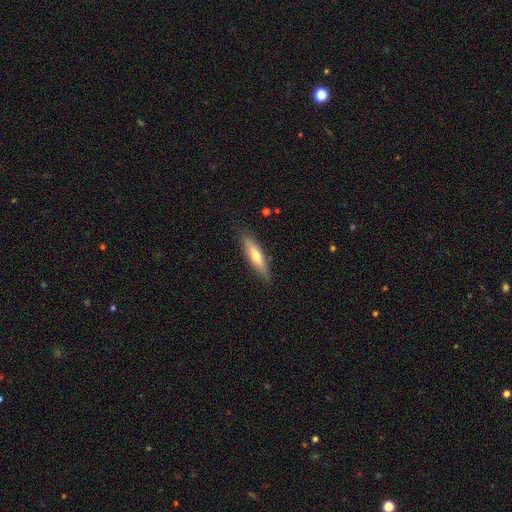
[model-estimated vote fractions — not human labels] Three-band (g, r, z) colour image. It shows a smooth galaxy with no disk features (55%) that is cigar-shaped (73%). Merging: none (85%).